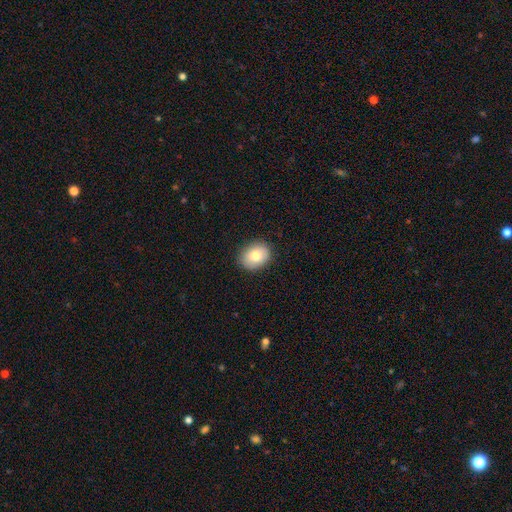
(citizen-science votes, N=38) A smooth galaxy with no disk features (84%) that is in between round and cigar-shaped (59%). Merging: none (80%).